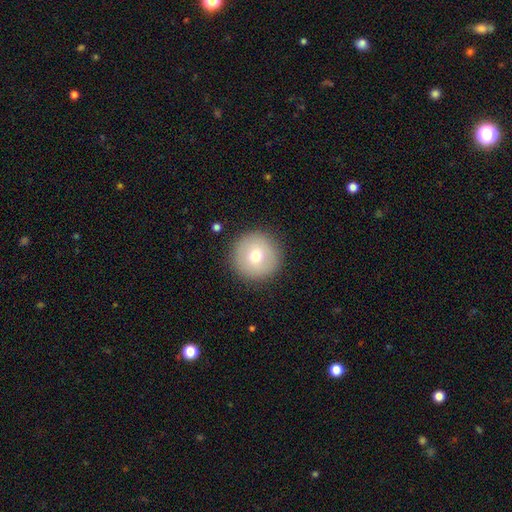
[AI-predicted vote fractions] Overall: smooth (70%). How rounded: round (96%). Merging: none (90%).